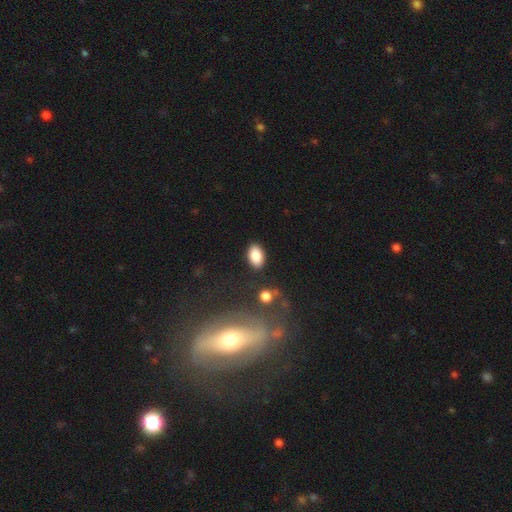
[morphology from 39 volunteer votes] This is clearly a smooth galaxy (87%). How rounded: clearly in between (94%). Merging: clearly none (86%).